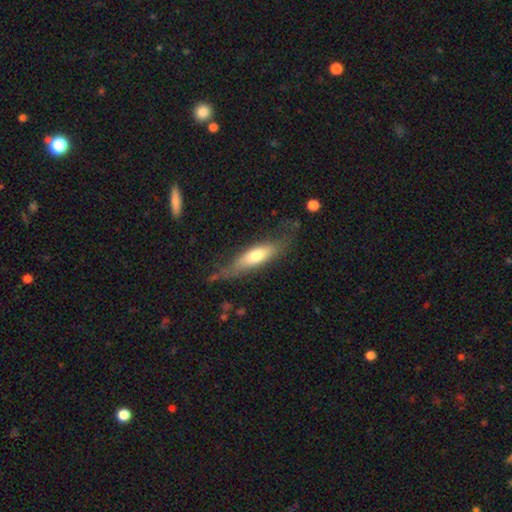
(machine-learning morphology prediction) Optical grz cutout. It shows a smooth galaxy with no disk features (57%) that is cigar-shaped (57%). Merging: none (61%).